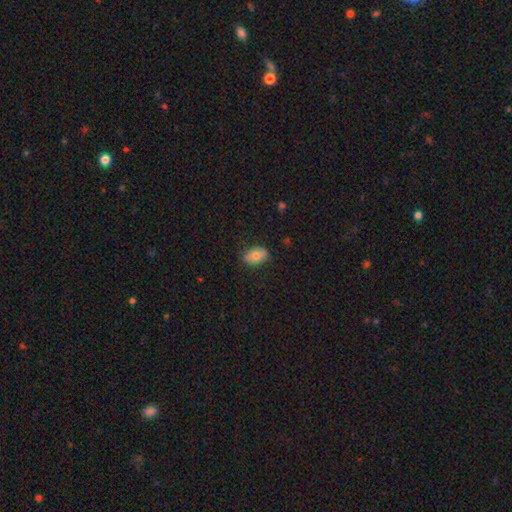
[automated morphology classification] Smooth or featured? smooth (74%)
How rounded? in between (82%)
Merging? none (80%)